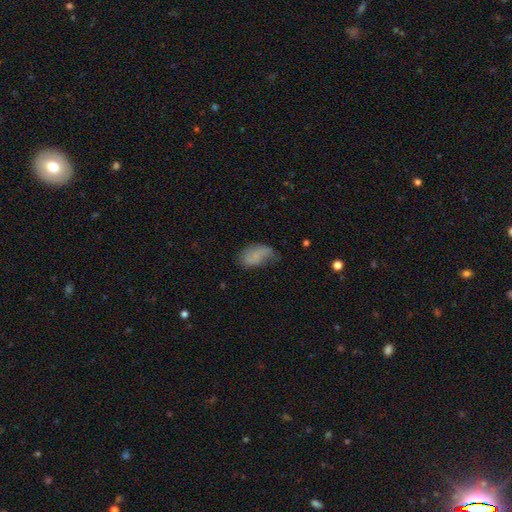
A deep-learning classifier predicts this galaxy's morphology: Smooth or featured? smooth (73%)
How rounded? in between (93%)
Merging? none (43%)